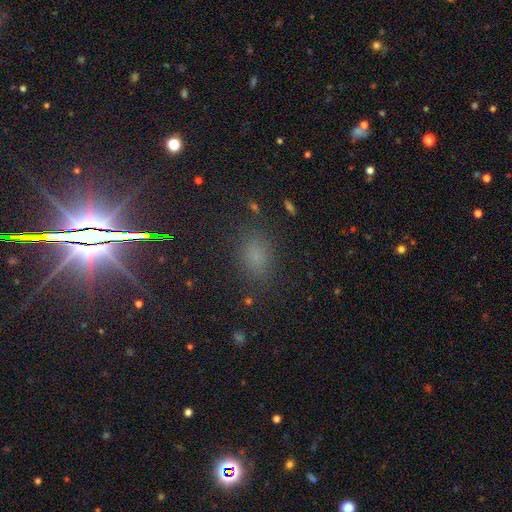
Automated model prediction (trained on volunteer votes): A smooth galaxy with no disk features (61%) that is in between round and cigar-shaped (80%). Merging: none (80%).